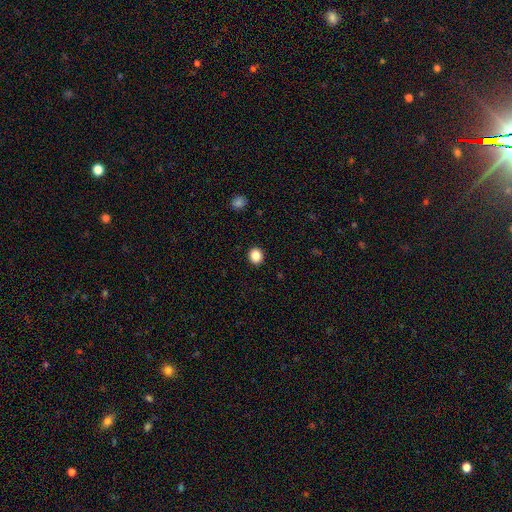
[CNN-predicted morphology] Overall: smooth (86%). How rounded: round (79%). Merging: none (92%).